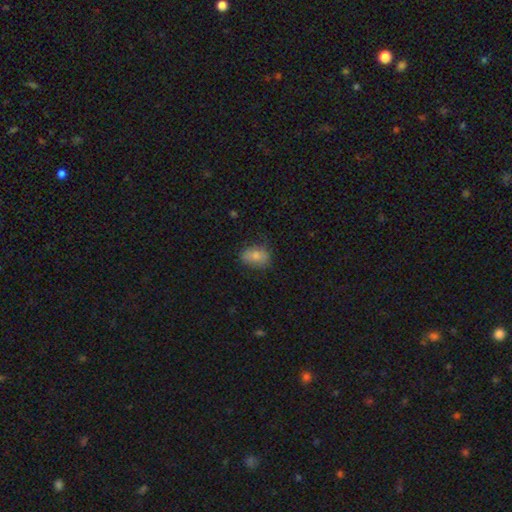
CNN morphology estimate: This appears to be a smooth galaxy with no disk features (74%) that is in between round and cigar-shaped (74%). Merging: none (73%).